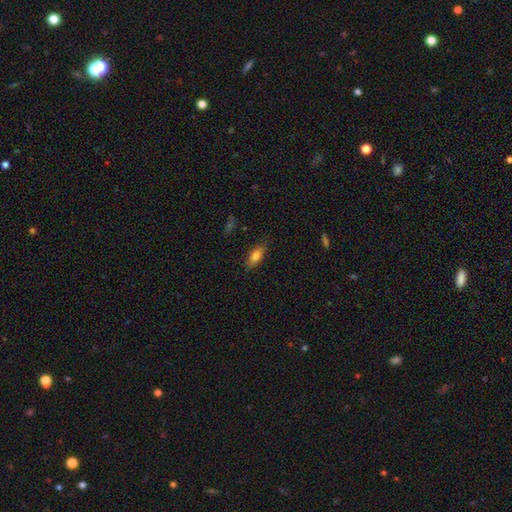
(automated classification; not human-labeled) Smooth or featured: smooth — 79% (featured or disk — 12%)
How rounded: in between — 70% (cigar-shaped — 27%)
Merging: none — 82% (minor disturbance — 13%)